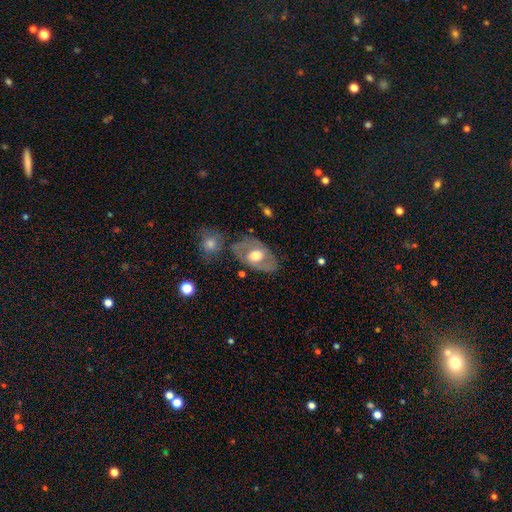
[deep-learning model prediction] This is possibly a featured or disk galaxy (57%). It is clearly not viewed edge-on (90%). Bar: likely no (65%). Spiral arm pattern: possibly no (56%). Central bulge: likely moderate (63%). Merging: likely none (67%).